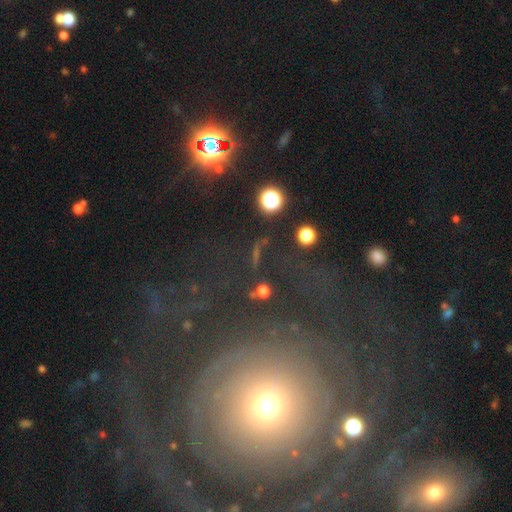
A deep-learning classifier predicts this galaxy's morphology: type=star or artifact (41%).